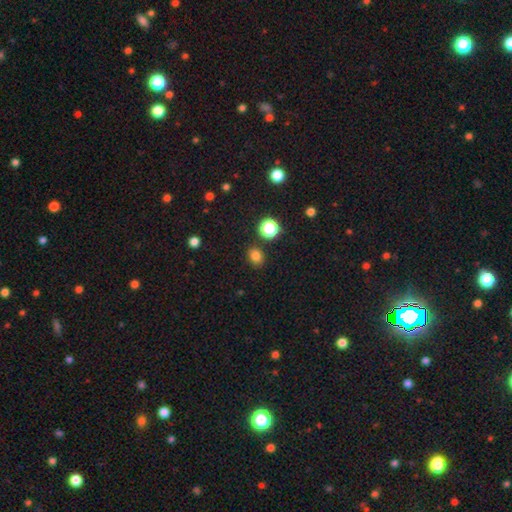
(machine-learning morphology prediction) This appears to be a smooth galaxy with no disk features (80%) that is round (63%). Merging: none (84%).